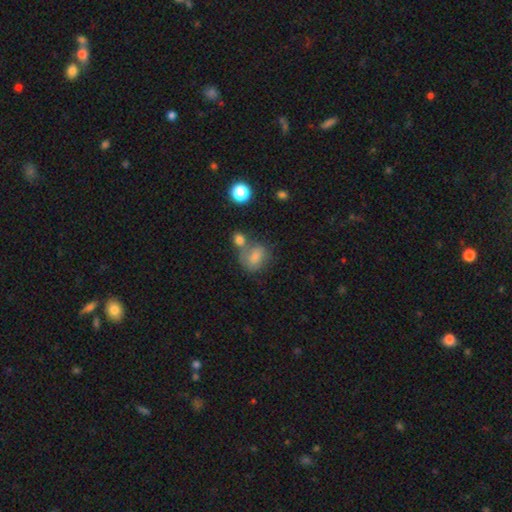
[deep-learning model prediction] A smooth galaxy with no disk features (74%) that is in between round and cigar-shaped (58%). Merging: none (38%).